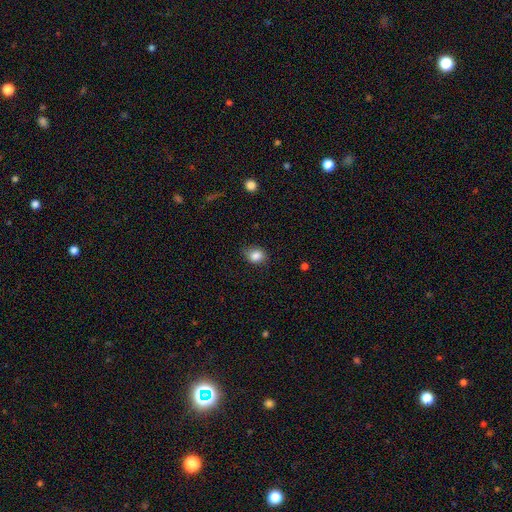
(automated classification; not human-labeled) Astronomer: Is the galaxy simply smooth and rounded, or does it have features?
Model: smooth — 85%.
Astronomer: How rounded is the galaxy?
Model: round — 52% (runner-up: in between, 47%).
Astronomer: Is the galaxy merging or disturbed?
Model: none — 75%.